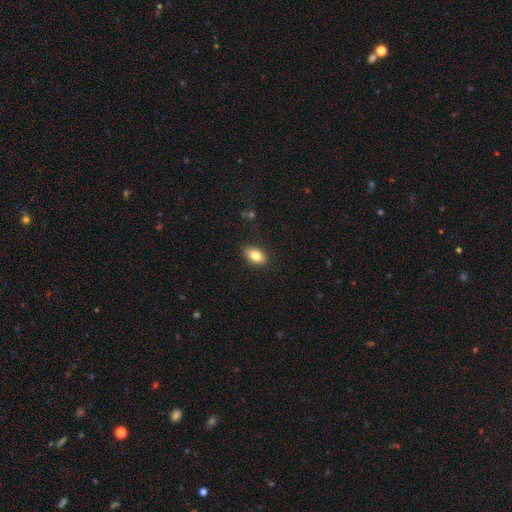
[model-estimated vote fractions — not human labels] This is clearly a smooth galaxy (82%). How rounded: clearly in between (87%). Merging: clearly none (87%).